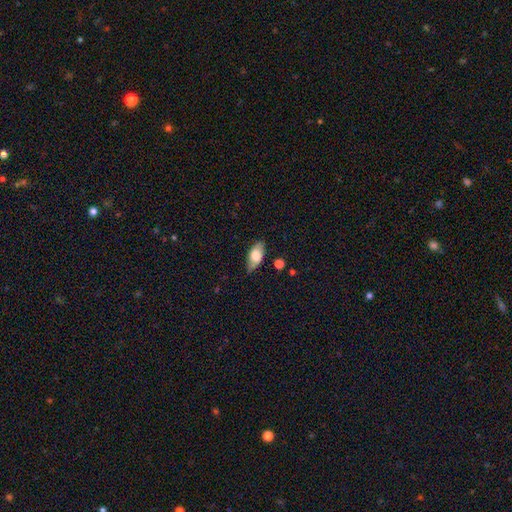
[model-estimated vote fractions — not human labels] A smooth galaxy with no disk features (66%) that is in between round and cigar-shaped (87%). Merging: none (74%).